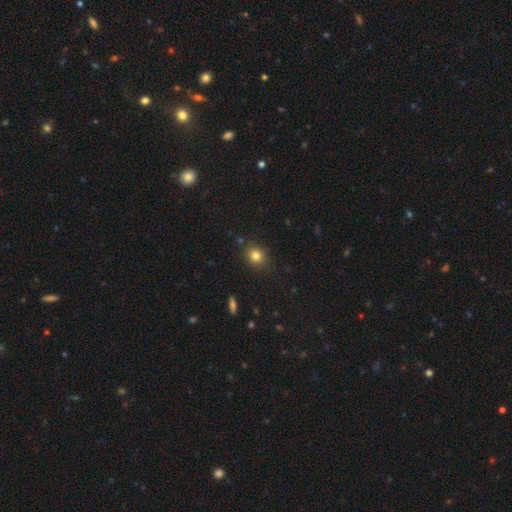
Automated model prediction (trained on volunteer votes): smooth-or-featured: smooth: 81% | star or artifact: 12% | featured or disk: 7%
  how-rounded: round: 70% | in between: 29% | cigar-shaped: 1%
  merging: none: 85% | minor disturbance: 10% | major disturbance: 3% | merger: 2%